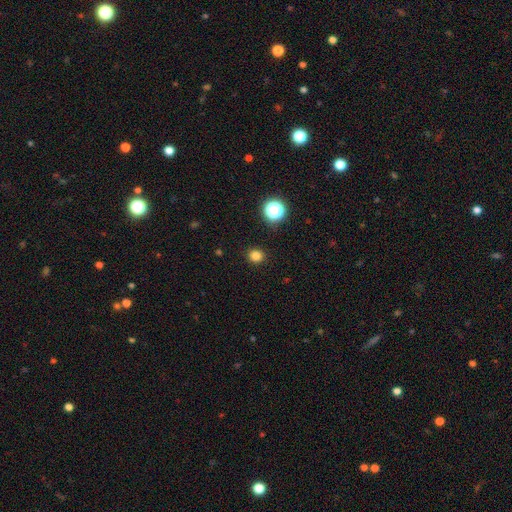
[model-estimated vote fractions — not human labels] Morphology: type=smooth (81%); roundness=round (88%); merging=none (91%).